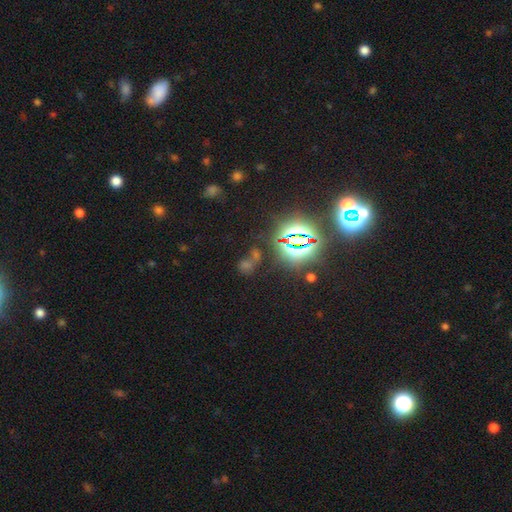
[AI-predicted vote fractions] This is likely a star or artifact rather than a galaxy (66%).